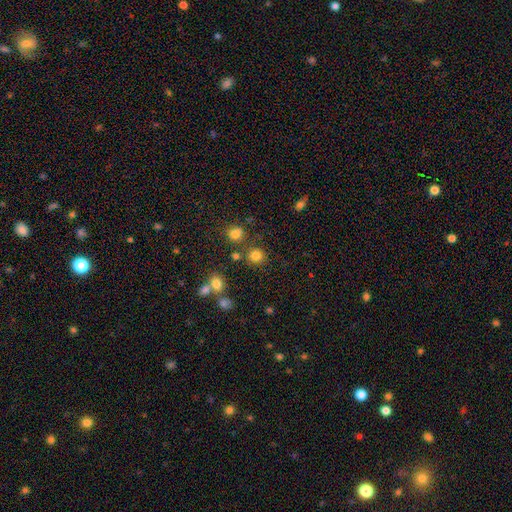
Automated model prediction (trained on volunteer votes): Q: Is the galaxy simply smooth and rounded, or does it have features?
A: smooth — 79%.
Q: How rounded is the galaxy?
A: round — 86%.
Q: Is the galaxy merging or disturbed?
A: none — 79%.